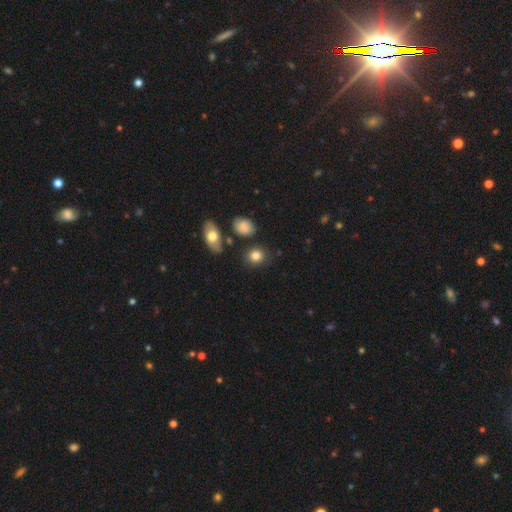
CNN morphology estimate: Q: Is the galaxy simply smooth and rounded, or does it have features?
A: smooth — 84%.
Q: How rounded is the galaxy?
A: round — 63%.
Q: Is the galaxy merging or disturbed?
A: none — 81%.